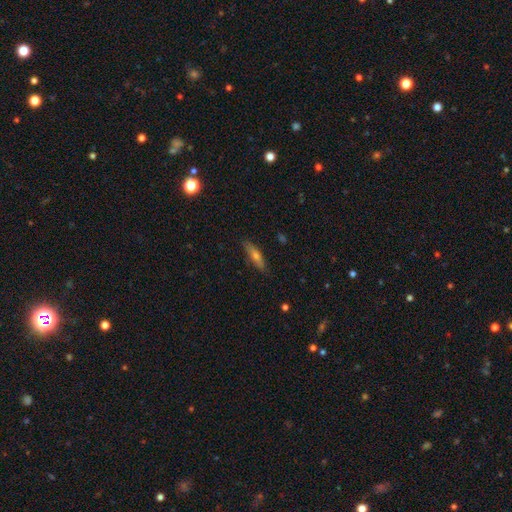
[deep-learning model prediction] Smooth or featured? smooth (49%)
Merging? none (86%)